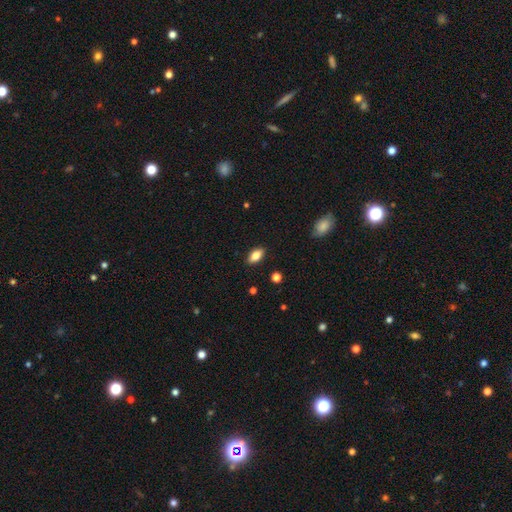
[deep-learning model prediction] Morphology: type=smooth (79%); roundness=in between (88%); merging=none (88%).